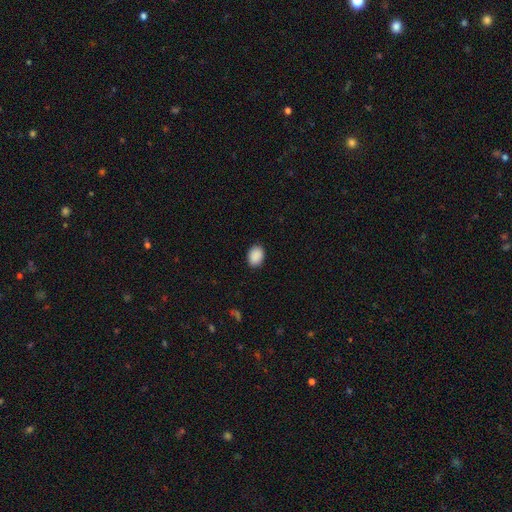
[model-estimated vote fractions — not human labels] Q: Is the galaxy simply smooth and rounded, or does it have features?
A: smooth — 91%.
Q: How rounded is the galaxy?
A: in between — 72%.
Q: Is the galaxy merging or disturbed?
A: none — 89%.